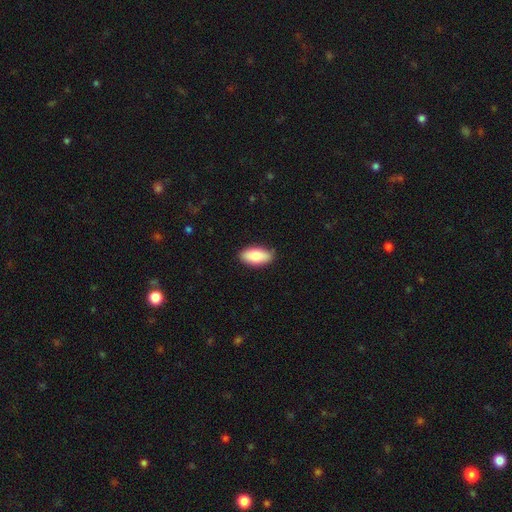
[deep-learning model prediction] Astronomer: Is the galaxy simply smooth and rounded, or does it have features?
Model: smooth — 82%.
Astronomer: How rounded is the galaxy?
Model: in between — 91%.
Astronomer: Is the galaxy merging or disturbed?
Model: none — 87%.